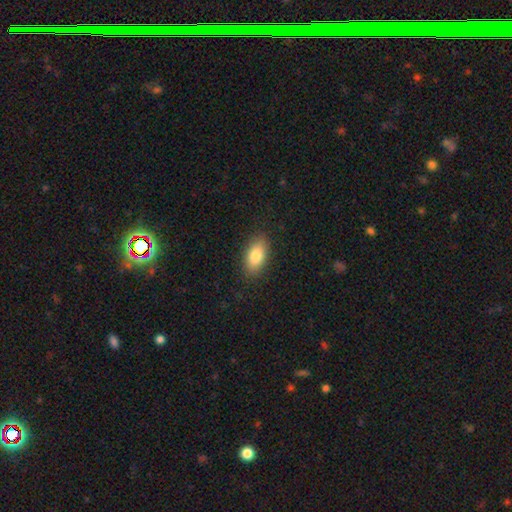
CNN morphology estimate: smooth 84%, featured or disk 10%, star or artifact 7%. Down the decision tree: how rounded — in between (90%); merging — none (87%).